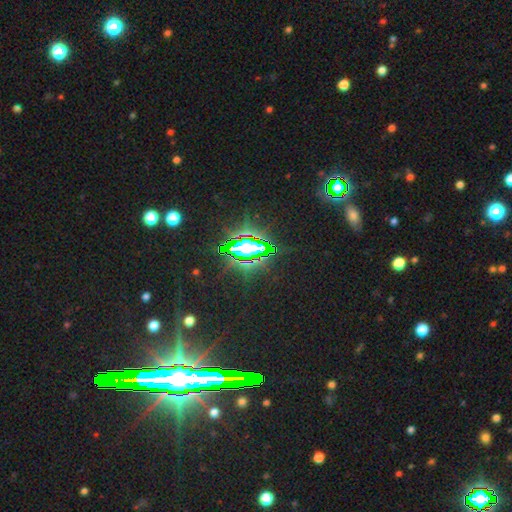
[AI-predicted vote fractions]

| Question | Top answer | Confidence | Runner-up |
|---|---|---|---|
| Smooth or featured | star or artifact | 80% | smooth (11%) |